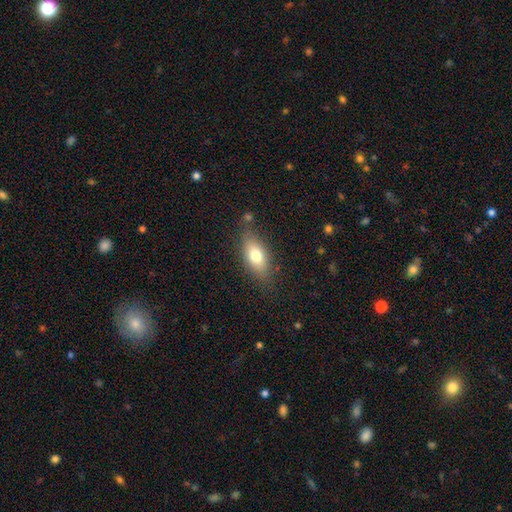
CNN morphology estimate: Smooth or featured? smooth (74%)
How rounded? in between (83%)
Merging? none (76%)